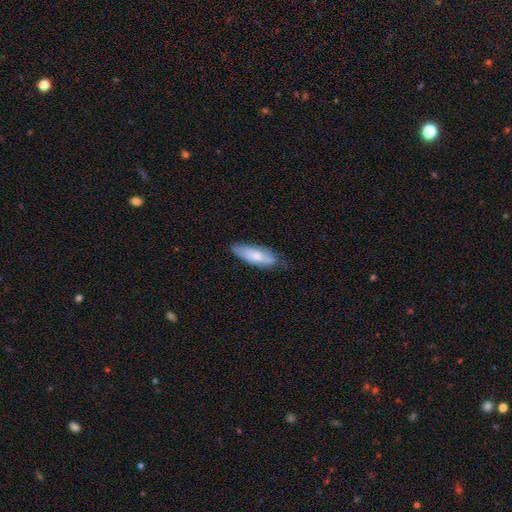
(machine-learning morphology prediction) Smooth or featured: smooth — 72% (featured or disk — 23%)
How rounded: in between — 55% (cigar-shaped — 43%)
Merging: none — 70% (minor disturbance — 24%)